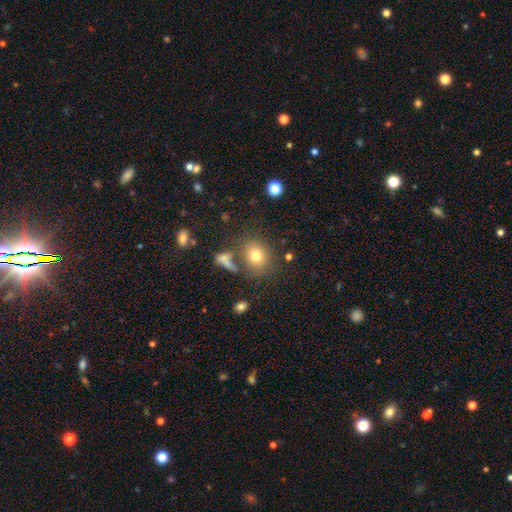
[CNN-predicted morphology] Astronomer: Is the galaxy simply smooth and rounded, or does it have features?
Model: smooth — 77%.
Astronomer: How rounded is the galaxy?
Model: round — 69%.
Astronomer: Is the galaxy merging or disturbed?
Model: none — 69%.